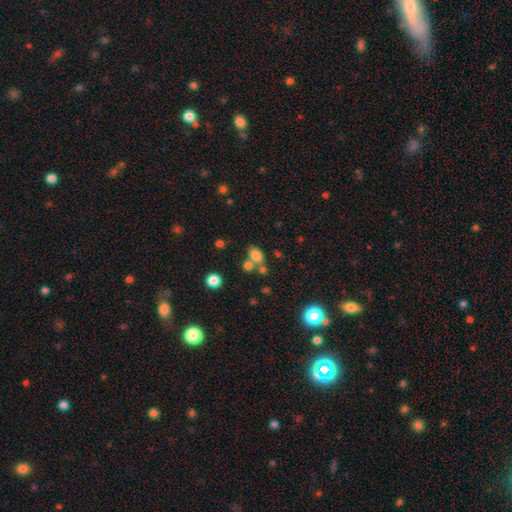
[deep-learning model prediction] smooth-or-featured: smooth: 77% | star or artifact: 14% | featured or disk: 10%
  how-rounded: in between: 72% | round: 27% | cigar-shaped: 2%
  merging: none: 50% | merger: 33% | minor disturbance: 12% | major disturbance: 5%